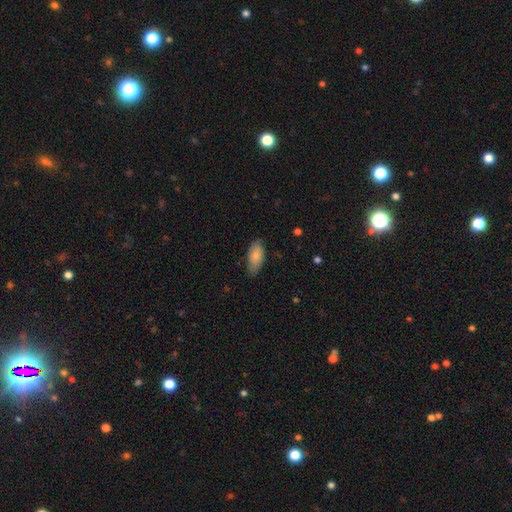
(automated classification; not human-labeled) The model was most divided on "merging": none: 77%, minor disturbance: 19%, major disturbance: 3%, merger: 1%. More confident: how rounded — in between (88%); smooth or featured — smooth (84%).